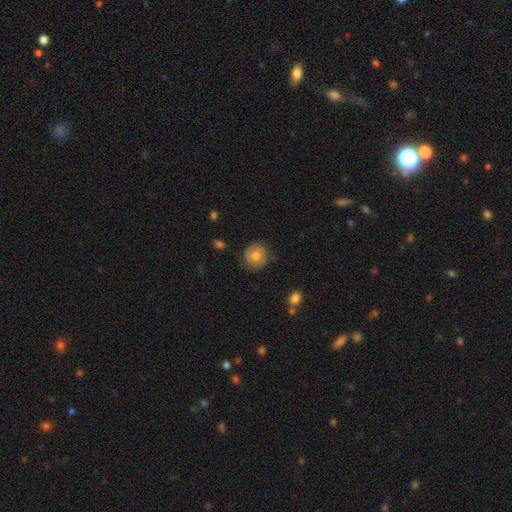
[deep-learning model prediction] A smooth galaxy with no disk features (58%) that is round (87%).

Vote fractions:
- Smooth or featured? smooth: 58% / featured or disk: 34% / star or artifact: 8%
- How rounded? round: 87% / in between: 12% / cigar-shaped: 1%
- Merging? none: 78% / minor disturbance: 16% / major disturbance: 4% / merger: 1%